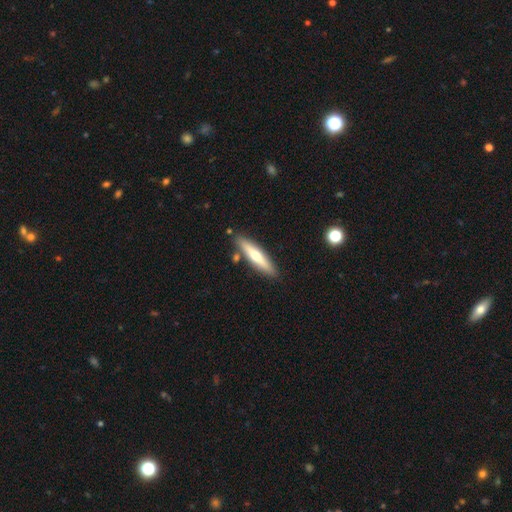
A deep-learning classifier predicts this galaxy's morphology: Smooth or featured? Predicted: smooth (p=0.55). How rounded? Predicted: cigar-shaped (p=0.84). Merging? Predicted: none (p=0.83).